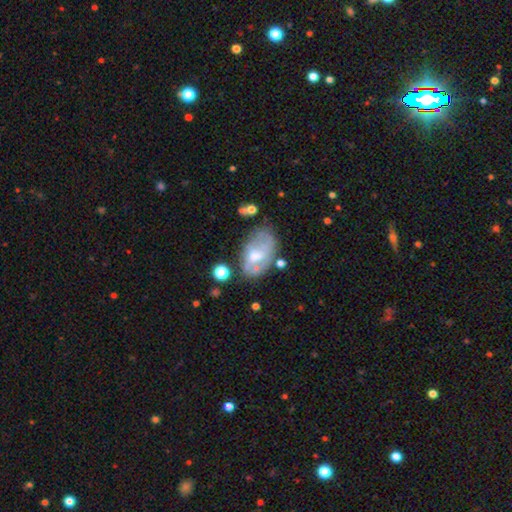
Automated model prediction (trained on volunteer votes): Smooth or featured?
  - featured or disk: 51% *
  - smooth: 41%
  - star or artifact: 8%
Edge-on disk?
  - no: 94% *
  - yes: 6%
Merging?
  - none: 48% *
  - minor disturbance: 27%
  - major disturbance: 16%
  - merger: 9%